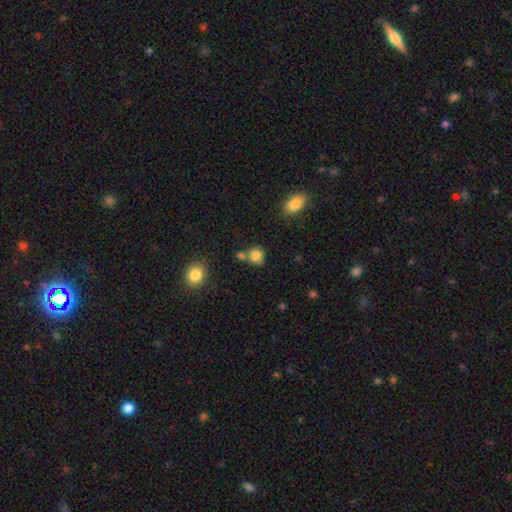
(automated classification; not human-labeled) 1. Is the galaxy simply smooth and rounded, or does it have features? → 83% smooth, 11% star or artifact, 7% featured or disk.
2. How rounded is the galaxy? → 82% round, 17% in between, 1% cigar-shaped.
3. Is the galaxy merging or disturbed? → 65% none, 19% merger, 12% minor disturbance, 3% major disturbance.